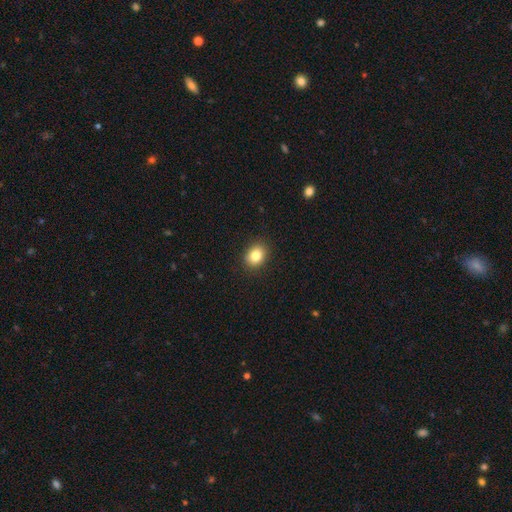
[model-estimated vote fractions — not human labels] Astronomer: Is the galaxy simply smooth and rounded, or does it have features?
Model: smooth — 83%.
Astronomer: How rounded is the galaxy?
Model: round — 54% (runner-up: in between, 45%).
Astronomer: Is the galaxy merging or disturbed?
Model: none — 89%.